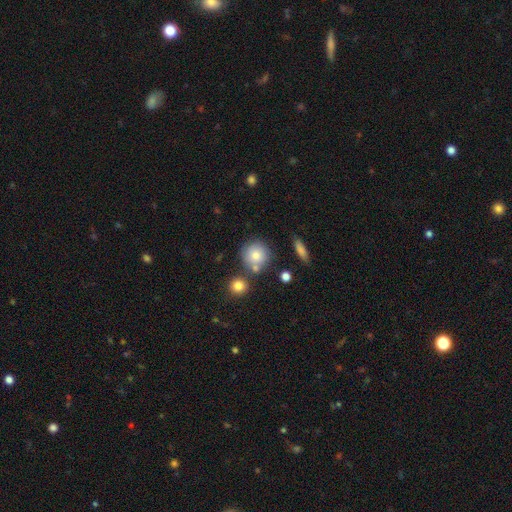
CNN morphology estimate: A smooth galaxy with no disk features (79%) that is round (91%). Merging: none (67%).